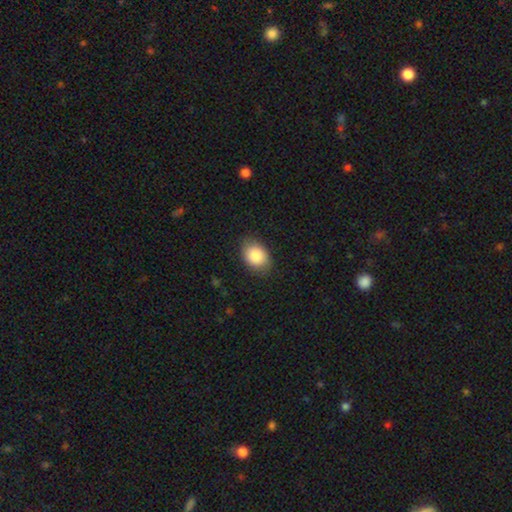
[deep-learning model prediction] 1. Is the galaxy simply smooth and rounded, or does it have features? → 87% smooth, 7% star or artifact, 6% featured or disk.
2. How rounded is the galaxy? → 75% in between, 24% round, 1% cigar-shaped.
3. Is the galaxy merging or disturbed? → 82% none, 14% minor disturbance, 3% major disturbance, 1% merger.